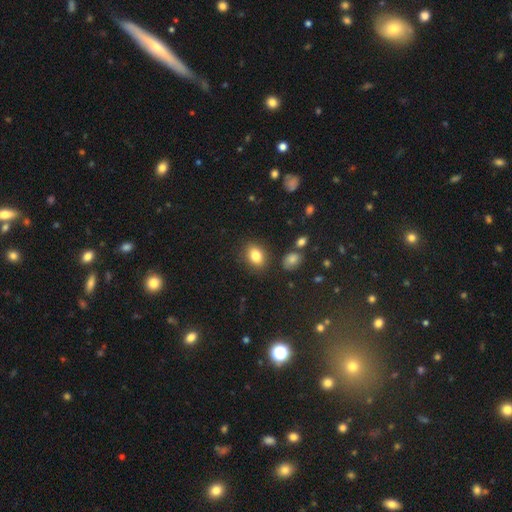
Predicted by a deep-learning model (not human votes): Overall: smooth (83%). How rounded: in between (73%). Merging: none (84%).